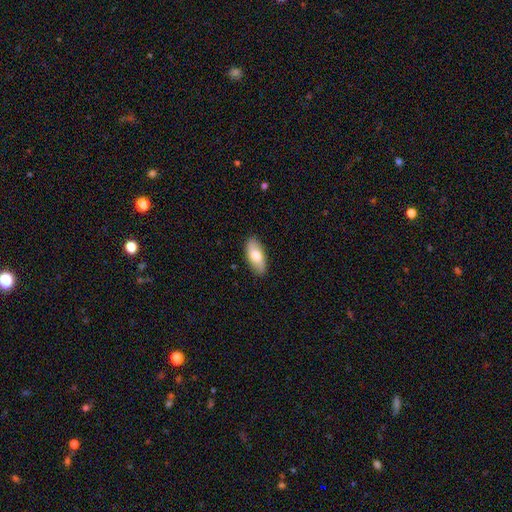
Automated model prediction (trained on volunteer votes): smooth_or_featured: smooth (p=0.74) [alt: featured or disk p=0.20]
how_rounded: in between (p=0.88) [alt: cigar-shaped p=0.10]
merging: none (p=0.87) [alt: minor disturbance p=0.10]